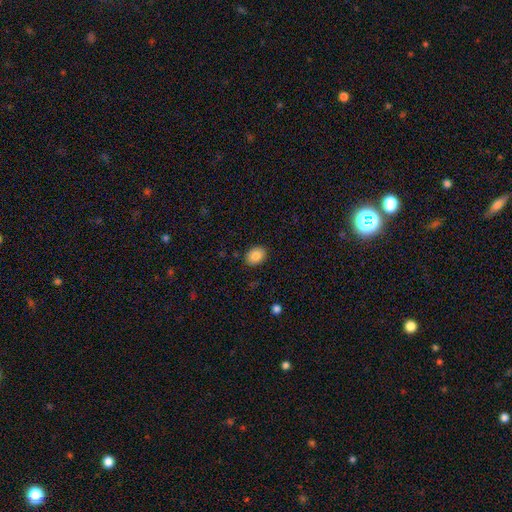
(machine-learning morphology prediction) Overall: smooth (88%). How rounded: in between (69%; round 30%). Merging: none (88%).